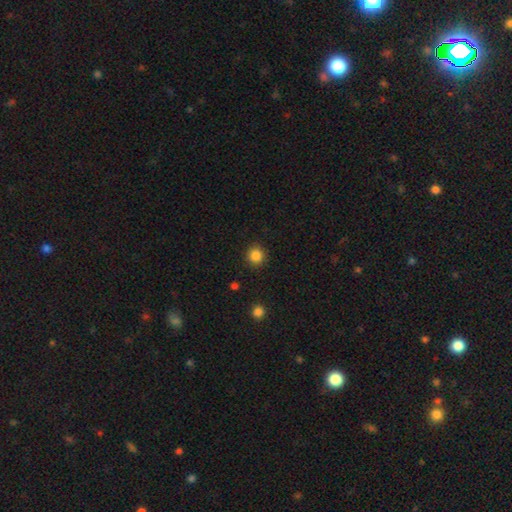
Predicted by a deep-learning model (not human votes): A smooth galaxy with no disk features (85%) that is round (92%). Merging: none (91%).